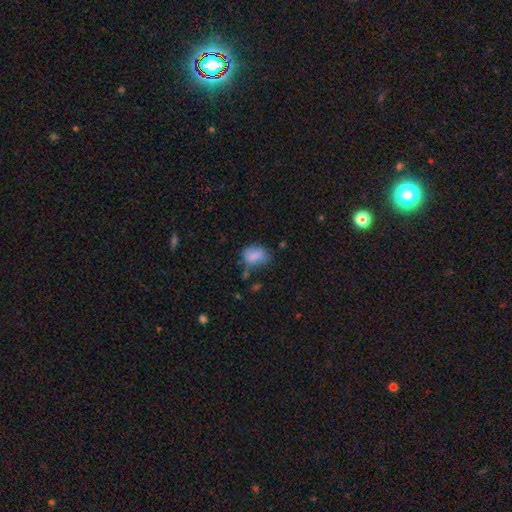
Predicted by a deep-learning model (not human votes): smooth_or_featured: smooth (p=0.78) [alt: featured or disk p=0.12]
how_rounded: in between (p=0.67) [alt: round p=0.32]
merging: none (p=0.50) [alt: minor disturbance p=0.30]